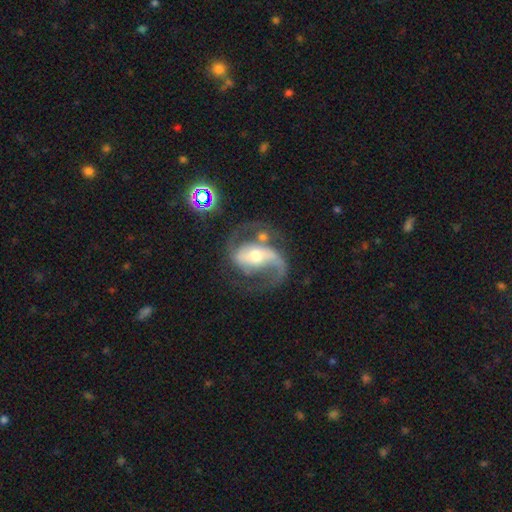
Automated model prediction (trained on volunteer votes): Smooth or featured? Predicted: featured or disk (p=0.89). Edge-on disk? Predicted: no (p=0.97). Bar? Predicted: strong (p=0.44). Spiral arms? Predicted: yes (p=0.96). Spiral winding? Predicted: medium (p=0.55). Spiral arm count? Predicted: 2 (p=0.89). Bulge size? Predicted: moderate (p=0.64). Merging? Predicted: none (p=0.64).